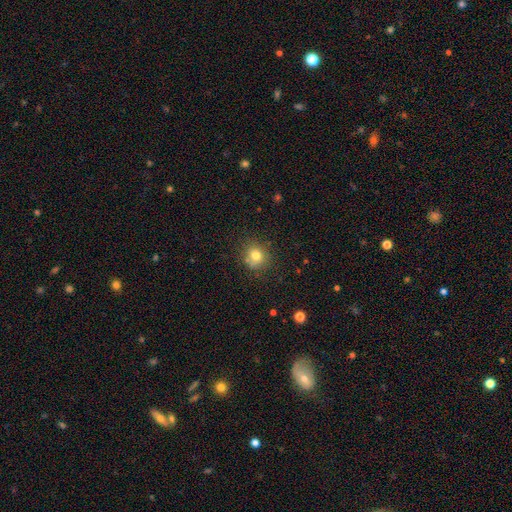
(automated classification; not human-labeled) Smooth or featured?
  - smooth: 77% *
  - star or artifact: 13%
  - featured or disk: 10%
How rounded?
  - round: 82% *
  - in between: 17%
  - cigar-shaped: 1%
Merging?
  - none: 73% *
  - minor disturbance: 16%
  - merger: 7%
  - major disturbance: 4%